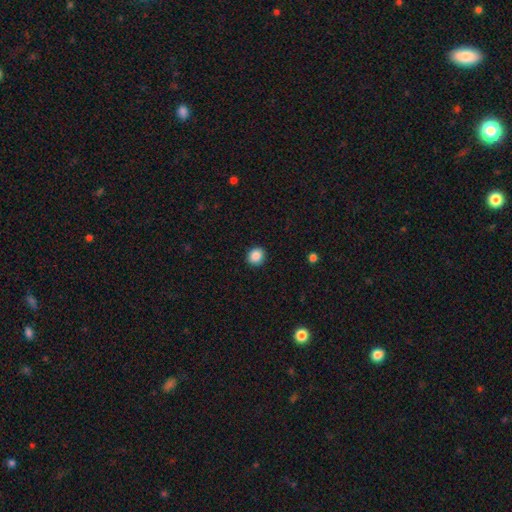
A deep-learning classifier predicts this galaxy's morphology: smooth 88%, star or artifact 9%, featured or disk 3%. Down the decision tree: how rounded — round (81%); merging — none (91%).